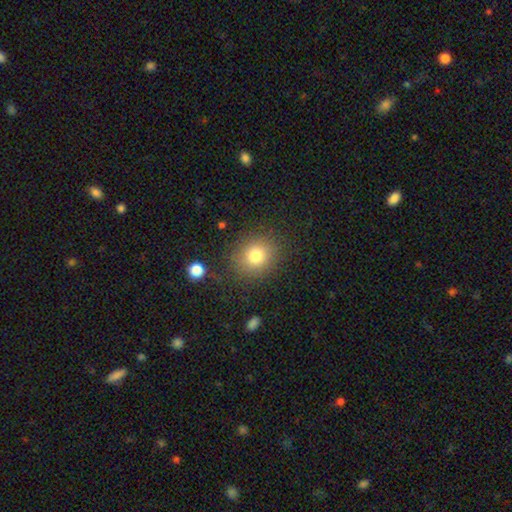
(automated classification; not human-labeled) Smooth or featured?
  - smooth: 79% *
  - star or artifact: 12%
  - featured or disk: 9%
How rounded?
  - round: 76% *
  - in between: 23%
  - cigar-shaped: 1%
Merging?
  - none: 84% *
  - minor disturbance: 10%
  - major disturbance: 4%
  - merger: 2%